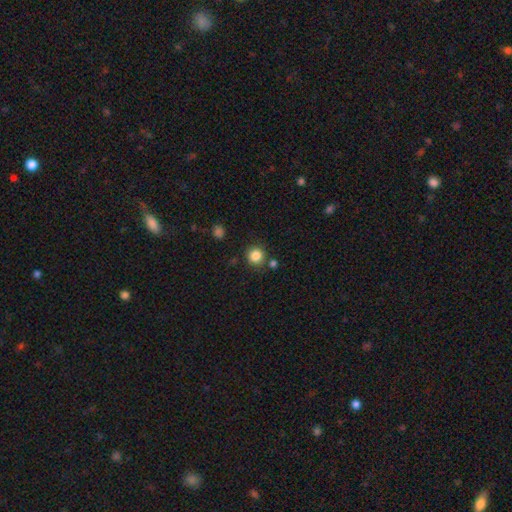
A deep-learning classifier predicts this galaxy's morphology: Smooth or featured? Predicted: smooth (p=0.84). How rounded? Predicted: round (p=0.93). Merging? Predicted: none (p=0.83).